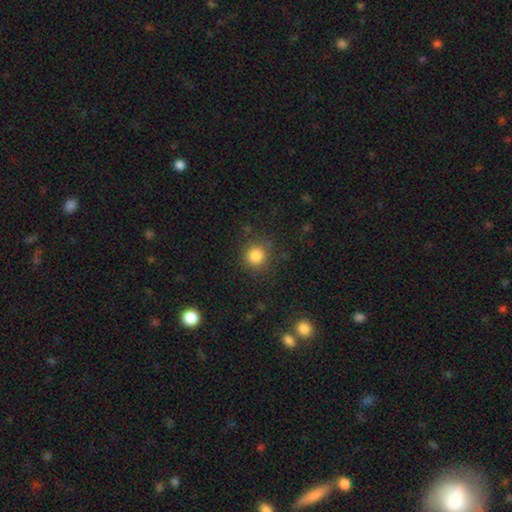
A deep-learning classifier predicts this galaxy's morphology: A smooth galaxy with no disk features (83%) that is round (91%). Merging: none (85%).